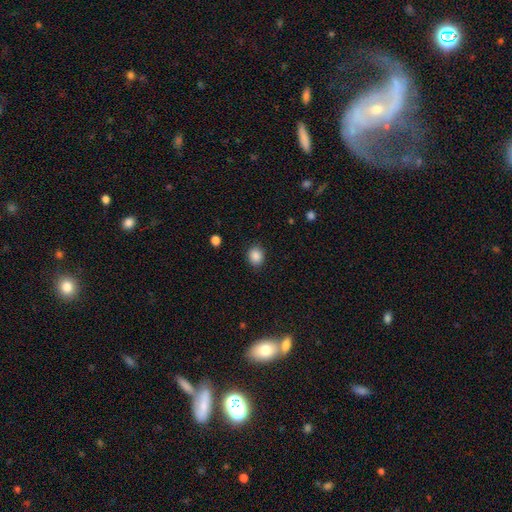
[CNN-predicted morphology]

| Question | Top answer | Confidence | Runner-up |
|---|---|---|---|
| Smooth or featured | smooth | 87% | star or artifact (9%) |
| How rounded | round | 64% | in between (35%) |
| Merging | none | 88% | minor disturbance (9%) |